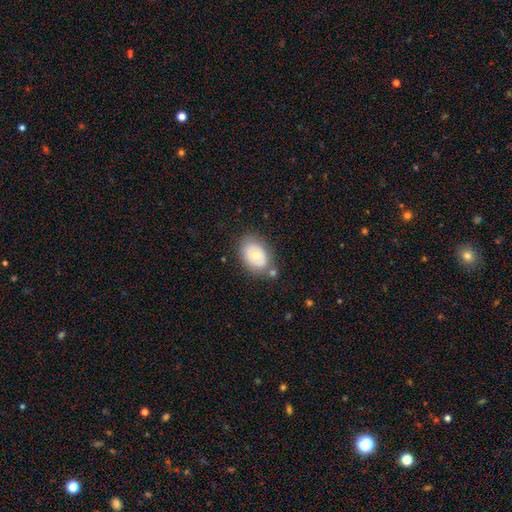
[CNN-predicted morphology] Q: Smooth or featured?
A: smooth (59%); runner-up: featured or disk (33%)
Q: How rounded?
A: in between (80%); runner-up: round (19%)
Q: Merging?
A: none (70%); runner-up: minor disturbance (17%)